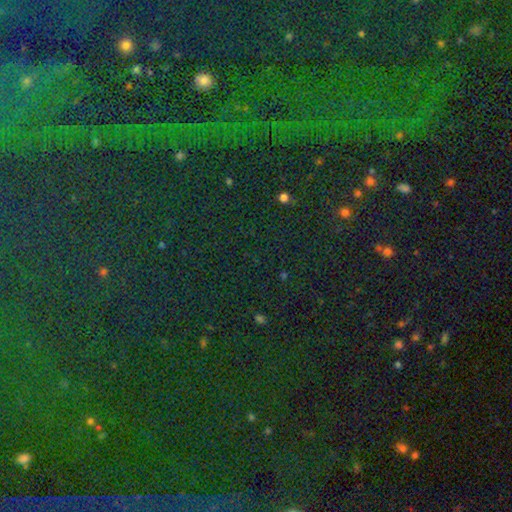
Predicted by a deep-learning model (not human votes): Overall: star or artifact (82%).